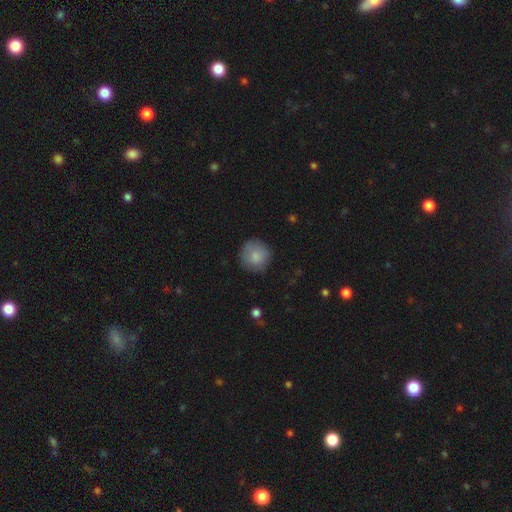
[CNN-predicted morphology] Smooth or featured?
  - smooth: 84% *
  - featured or disk: 9%
  - star or artifact: 7%
How rounded?
  - round: 93% *
  - in between: 6%
  - cigar-shaped: 1%
Merging?
  - none: 82% *
  - minor disturbance: 14%
  - major disturbance: 3%
  - merger: 1%